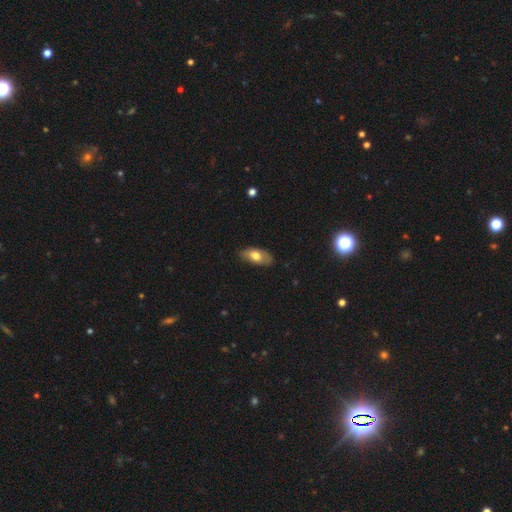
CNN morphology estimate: Overall: smooth (66%; featured or disk 27%). How rounded: in between (90%). Merging: none (76%).